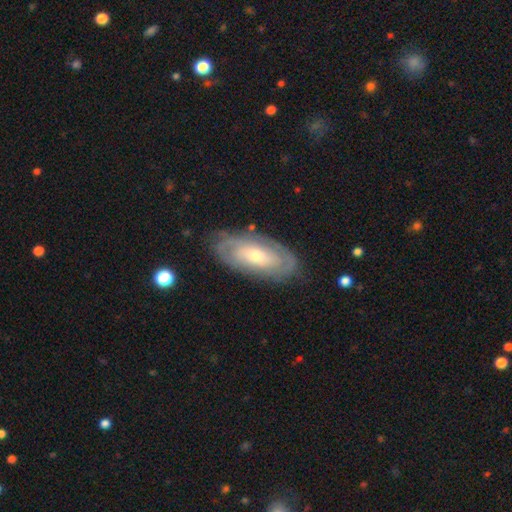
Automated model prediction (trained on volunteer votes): smooth_or_featured: featured or disk (p=0.68) [alt: smooth p=0.26]
disk_edge_on: no (p=0.89) [alt: yes p=0.11]
bar: no (p=0.72) [alt: weak p=0.22]
has_spiral_arms: yes (p=0.75) [alt: no p=0.25]
bulge_size: small (p=0.51) [alt: moderate p=0.43]
merging: none (p=0.78) [alt: minor disturbance p=0.16]